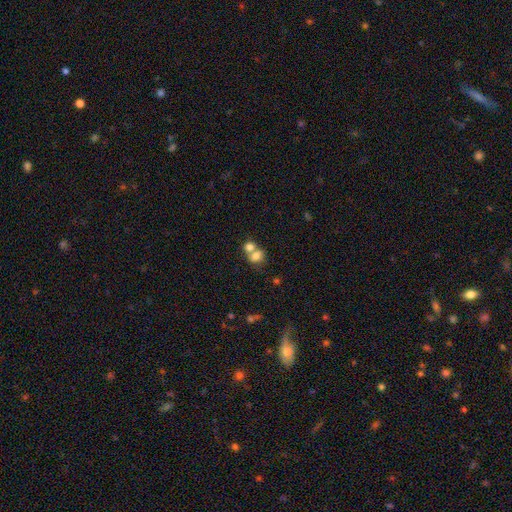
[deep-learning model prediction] smooth-or-featured: smooth: 74% | featured or disk: 15% | star or artifact: 10%
  how-rounded: round: 57% | in between: 42% | cigar-shaped: 1%
  merging: merger: 63% | none: 27% | minor disturbance: 7% | major disturbance: 3%